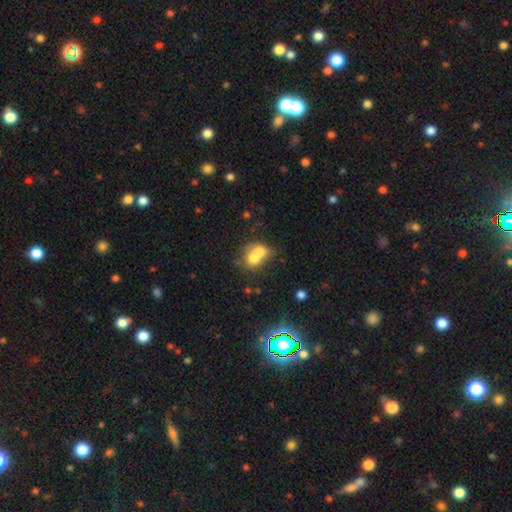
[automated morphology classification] A smooth galaxy with no disk features (65%) that is round (61%). Merging: merger (71%).